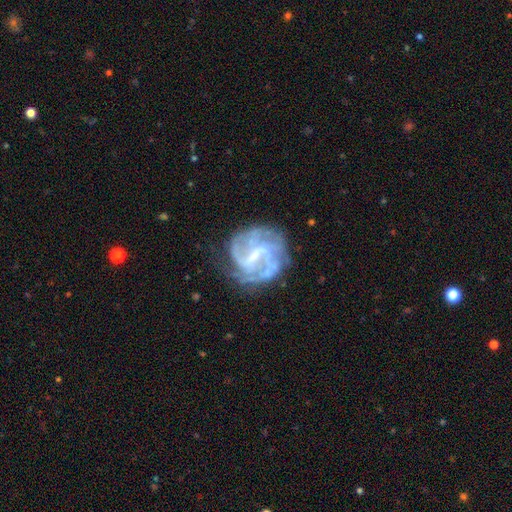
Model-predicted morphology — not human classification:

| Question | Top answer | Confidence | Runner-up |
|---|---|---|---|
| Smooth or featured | featured or disk | 86% | smooth (7%) |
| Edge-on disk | no | 98% | yes (2%) |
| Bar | weak | 51% | strong (33%) |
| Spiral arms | yes | 92% | no (8%) |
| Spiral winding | medium | 44% | tight (34%) |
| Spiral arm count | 2 | 31% | can't tell (26%) |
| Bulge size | small | 62% | moderate (19%) |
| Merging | none | 65% | minor disturbance (18%) |